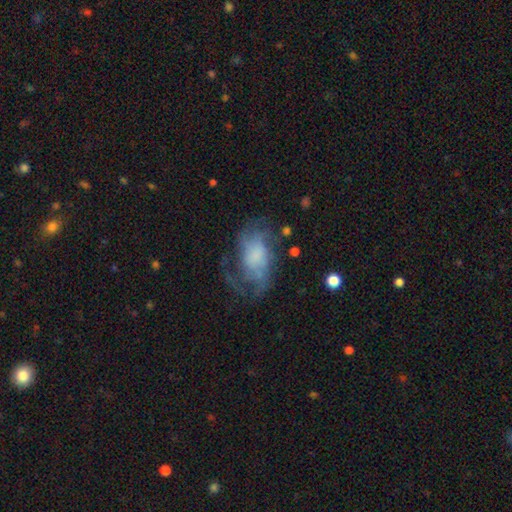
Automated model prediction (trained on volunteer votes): Overall: featured or disk (64%; smooth 27%). Edge-on disk: no (96%). Bar: no (70%). Spiral arms: yes (77%). Bulge size: none (39%; large 24%). Merging: none (41%; major disturbance 34%).